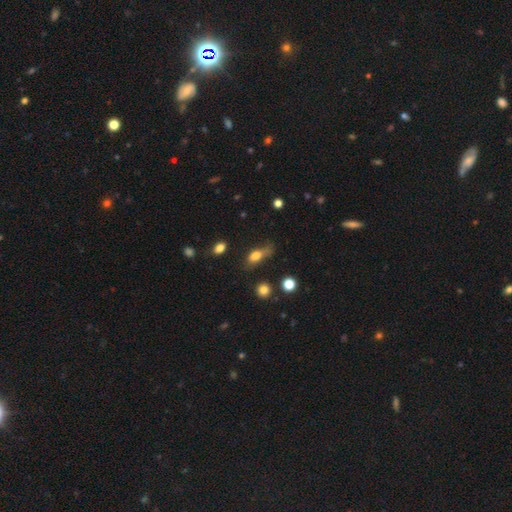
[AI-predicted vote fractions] A smooth galaxy with no disk features (74%) that is in between round and cigar-shaped (73%). Merging: none (36%).